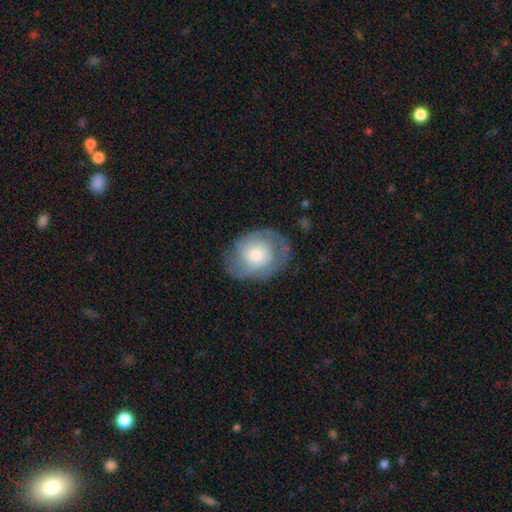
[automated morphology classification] Overall: featured or disk (47%; smooth 46%). Merging: none (70%).